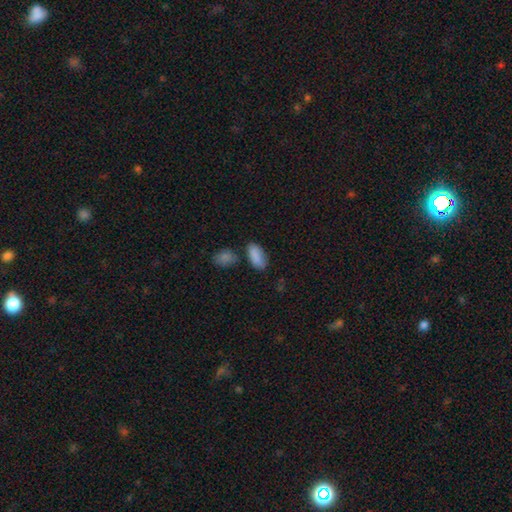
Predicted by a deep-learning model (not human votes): smooth_or_featured: smooth (p=0.87) [alt: star or artifact p=0.07]
how_rounded: in between (p=0.92) [alt: cigar-shaped p=0.05]
merging: none (p=0.70) [alt: minor disturbance p=0.16]